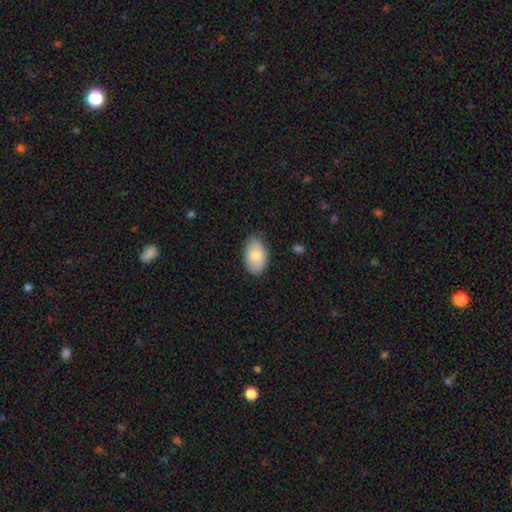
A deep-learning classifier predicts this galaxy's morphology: Smooth or featured?
  - smooth: 82% *
  - featured or disk: 12%
  - star or artifact: 6%
How rounded?
  - in between: 92% *
  - round: 7%
  - cigar-shaped: 1%
Merging?
  - none: 82% *
  - minor disturbance: 15%
  - major disturbance: 3%
  - merger: 1%